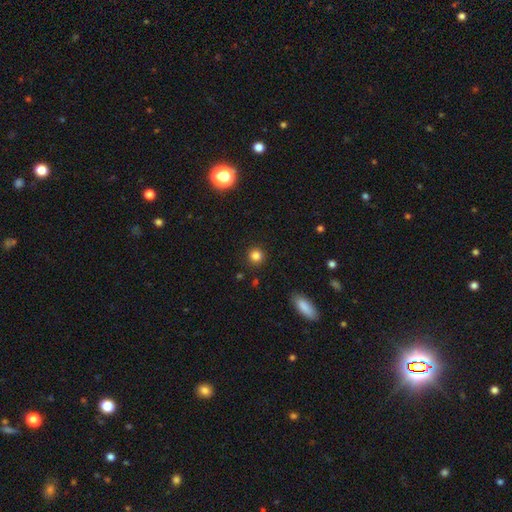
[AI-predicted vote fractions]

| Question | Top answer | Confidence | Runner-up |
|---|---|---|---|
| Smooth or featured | smooth | 84% | star or artifact (12%) |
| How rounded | round | 93% | in between (6%) |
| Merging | none | 90% | minor disturbance (6%) |